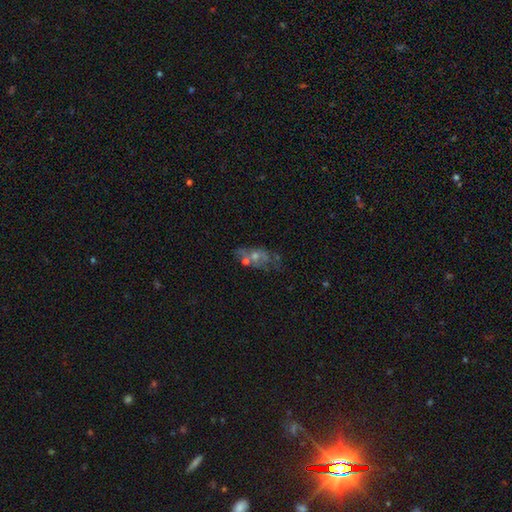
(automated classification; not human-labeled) Smooth or featured? Predicted: featured or disk (p=0.51). Edge-on disk? Predicted: no (p=0.90). Merging? Predicted: none (p=0.40).